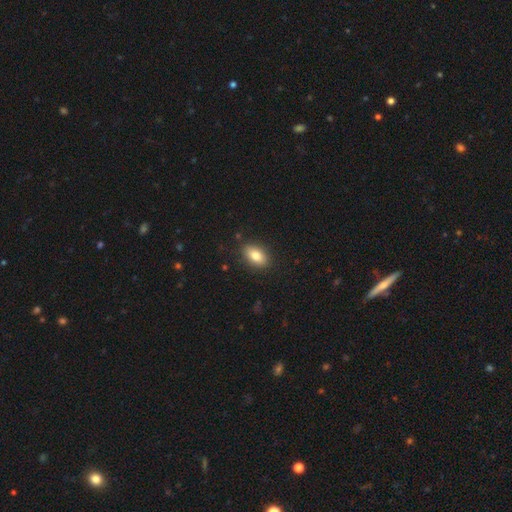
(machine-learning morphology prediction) Overall: smooth (81%). How rounded: in between (87%). Merging: none (87%).